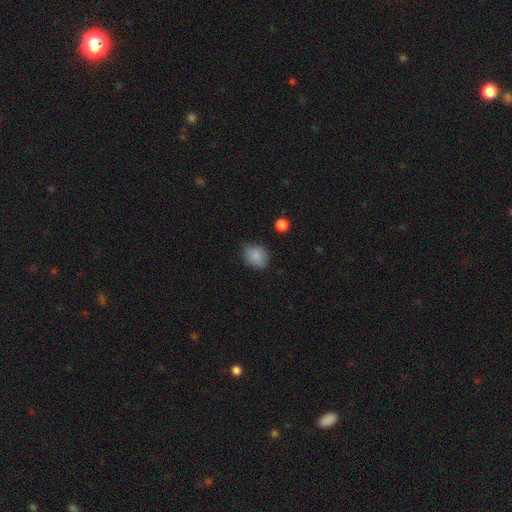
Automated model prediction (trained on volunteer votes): smooth-or-featured: smooth: 85% | star or artifact: 9% | featured or disk: 7%
  how-rounded: round: 50% | in between: 49% | cigar-shaped: 1%
  merging: none: 71% | minor disturbance: 22% | major disturbance: 4% | merger: 2%